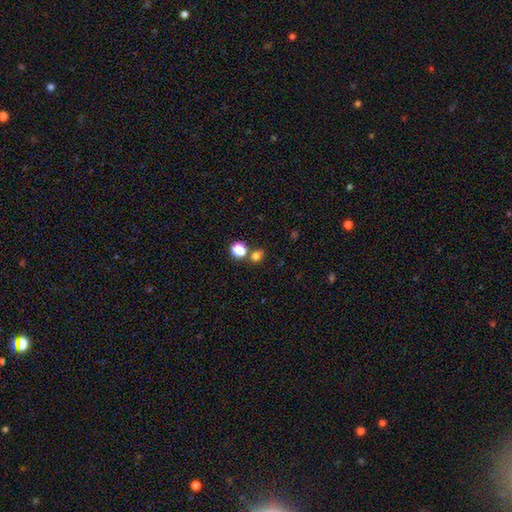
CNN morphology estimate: This appears to be a smooth galaxy with no disk features (75%) that is round (58%). Merging: none (64%).